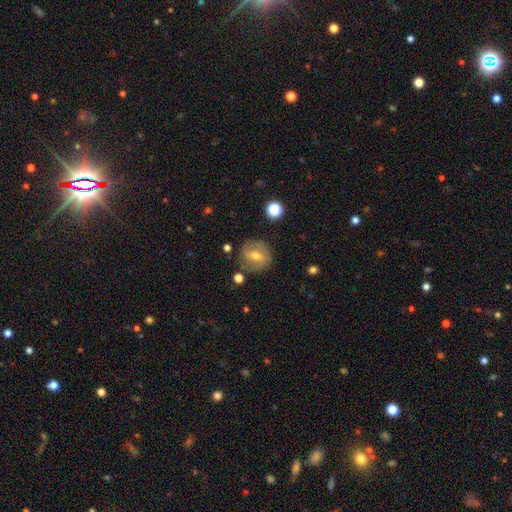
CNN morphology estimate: smooth_or_featured: featured or disk (p=0.55) [alt: smooth p=0.37]
disk_edge_on: no (p=0.94) [alt: yes p=0.06]
bar: weak (p=0.42) [alt: strong p=0.36]
has_spiral_arms: yes (p=0.59) [alt: no p=0.41]
bulge_size: moderate (p=0.58) [alt: small p=0.37]
merging: none (p=0.77) [alt: minor disturbance p=0.14]